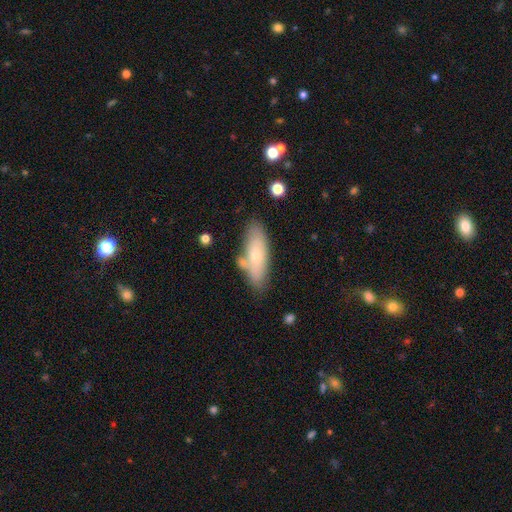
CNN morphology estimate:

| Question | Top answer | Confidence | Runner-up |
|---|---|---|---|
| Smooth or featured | smooth | 62% | featured or disk (31%) |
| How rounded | in between | 66% | cigar-shaped (31%) |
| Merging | none | 63% | minor disturbance (18%) |